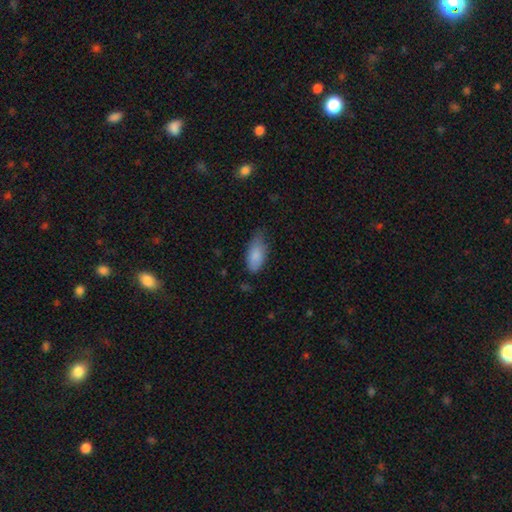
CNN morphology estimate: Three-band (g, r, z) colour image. It shows a smooth galaxy with no disk features (86%) that is in between round and cigar-shaped (90%). Merging: none (50%).